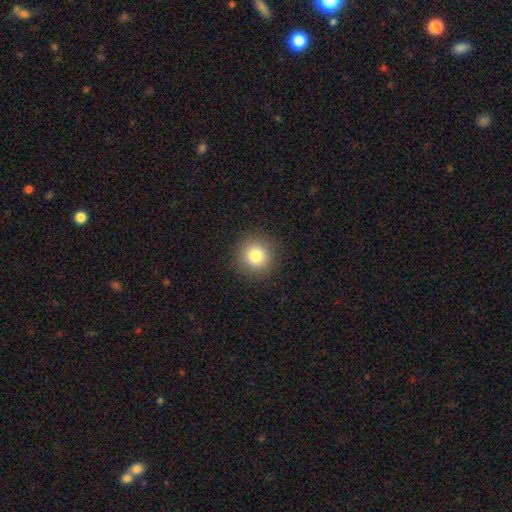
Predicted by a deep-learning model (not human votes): A smooth galaxy with no disk features (81%) that is round (93%). Merging: none (91%).